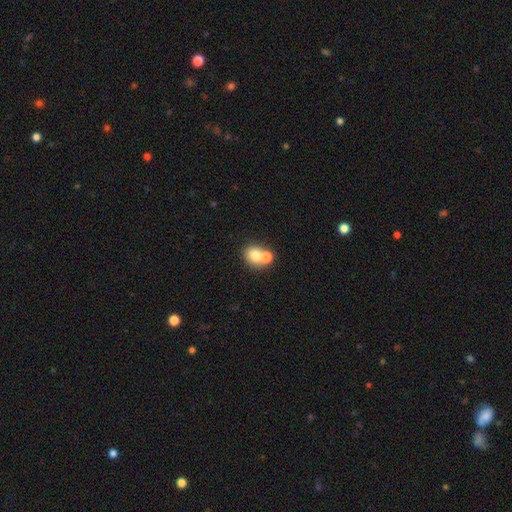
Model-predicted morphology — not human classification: type=smooth (73%); roundness=round (67%); merging=merger (53%).